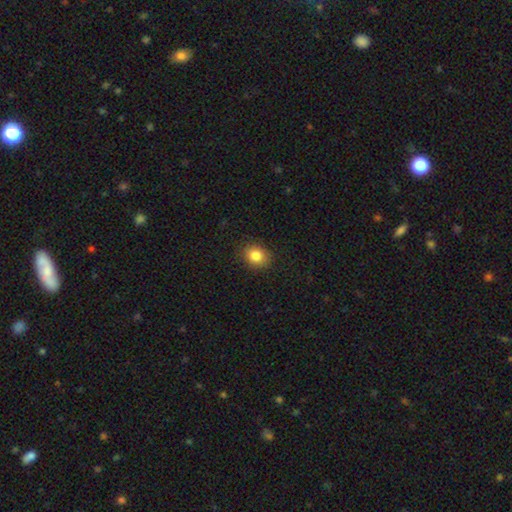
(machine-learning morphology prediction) The model was most divided on "how rounded": round: 66%, in between: 33%, cigar-shaped: 1%. More confident: merging — none (88%); smooth or featured — smooth (84%).